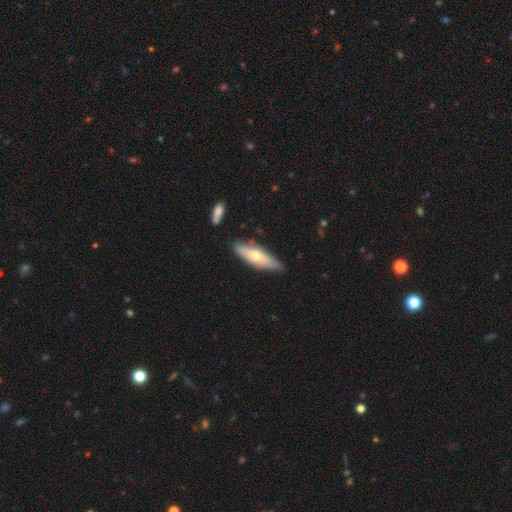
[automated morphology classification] A smooth galaxy with no disk features (57%) that is cigar-shaped (53%). Merging: none (75%).